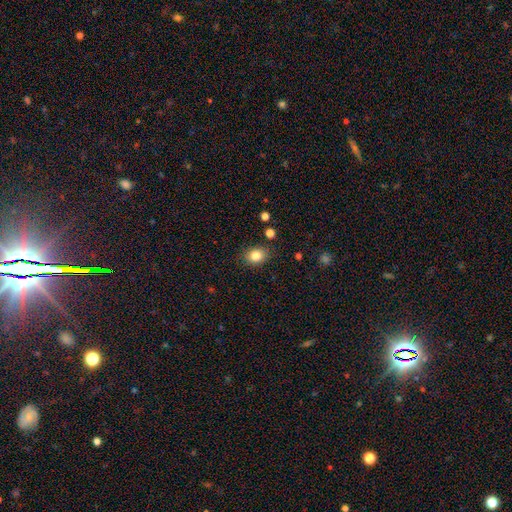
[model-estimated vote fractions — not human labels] smooth 83%, star or artifact 10%, featured or disk 6%. Down the decision tree: how rounded — in between (54%); merging — none (85%).